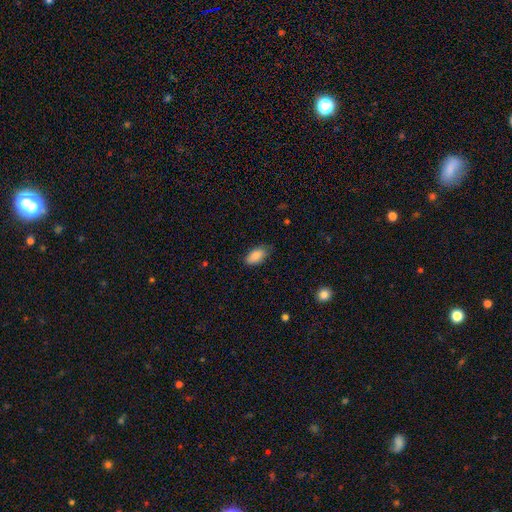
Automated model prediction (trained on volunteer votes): This appears to be a smooth galaxy with no disk features (88%) that is in between round and cigar-shaped (93%). Merging: none (77%).